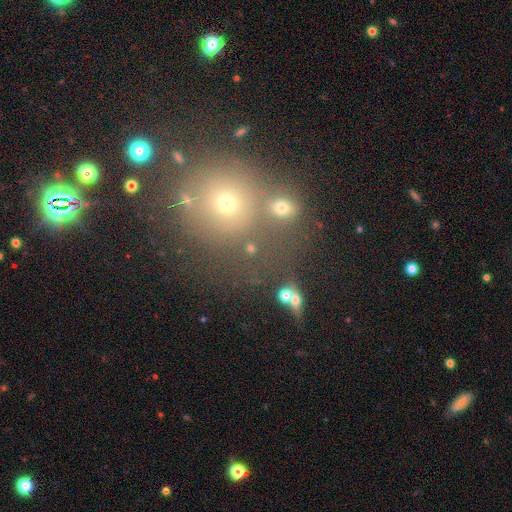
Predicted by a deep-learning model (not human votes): Smooth or featured? Predicted: smooth (p=0.47). Merging? Predicted: none (p=0.69).